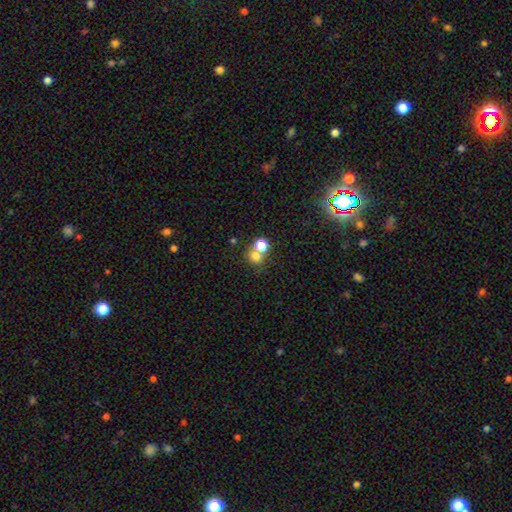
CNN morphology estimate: Smooth or featured?
  - smooth: 72% *
  - star or artifact: 18%
  - featured or disk: 10%
How rounded?
  - round: 80% *
  - in between: 19%
  - cigar-shaped: 1%
Merging?
  - none: 49% *
  - merger: 40%
  - minor disturbance: 7%
  - major disturbance: 4%